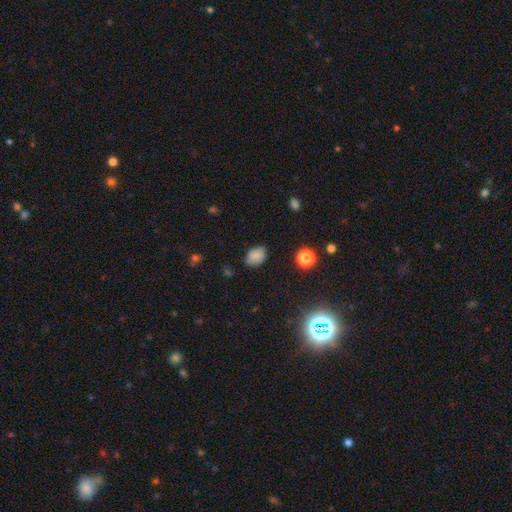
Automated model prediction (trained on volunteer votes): smooth-or-featured: smooth: 80% | star or artifact: 11% | featured or disk: 9%
  how-rounded: in between: 78% | round: 21% | cigar-shaped: 1%
  merging: none: 78% | minor disturbance: 17% | major disturbance: 3% | merger: 1%